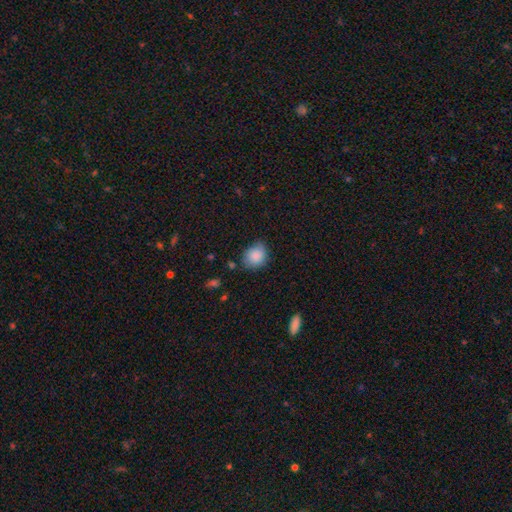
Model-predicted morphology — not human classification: The model was most divided on "how rounded": round: 56%, in between: 43%, cigar-shaped: 1%. More confident: smooth or featured — smooth (87%); merging — none (71%).